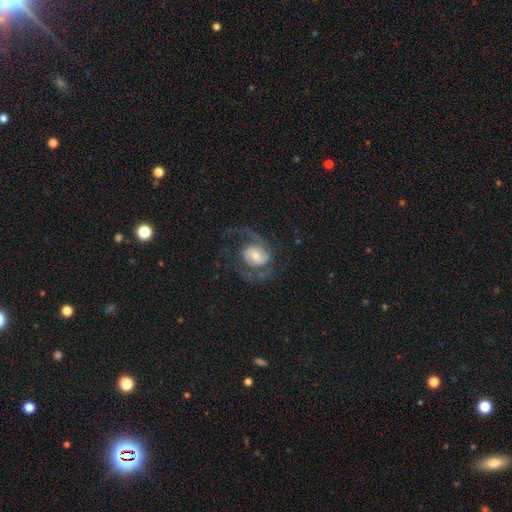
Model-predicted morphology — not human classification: The model was most divided on "bulge size": moderate: 49%, small: 37%, large: 10%, dominant: 2%, none: 2%. Remaining: edge-on disk — no (97%); spiral arms — yes (92%); spiral arm count — 2 (82%); smooth or featured — featured or disk (81%); merging — none (61%); bar — no (55%); spiral winding — medium (49%).